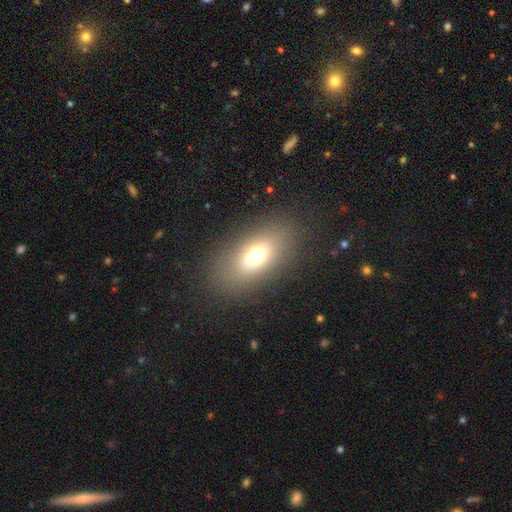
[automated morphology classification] Smooth or featured?
  - smooth: 68% *
  - featured or disk: 19%
  - star or artifact: 13%
How rounded?
  - in between: 83% *
  - round: 11%
  - cigar-shaped: 6%
Merging?
  - none: 84% *
  - minor disturbance: 9%
  - major disturbance: 6%
  - merger: 1%